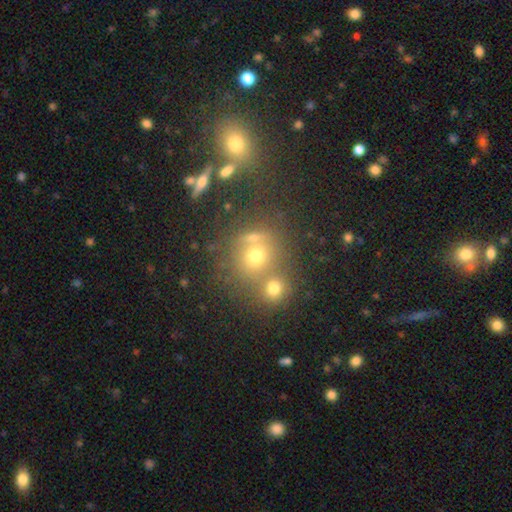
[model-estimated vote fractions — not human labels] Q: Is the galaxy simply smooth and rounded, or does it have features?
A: smooth — 57%.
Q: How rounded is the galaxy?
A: round — 81%.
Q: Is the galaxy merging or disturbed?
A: none — 52%.